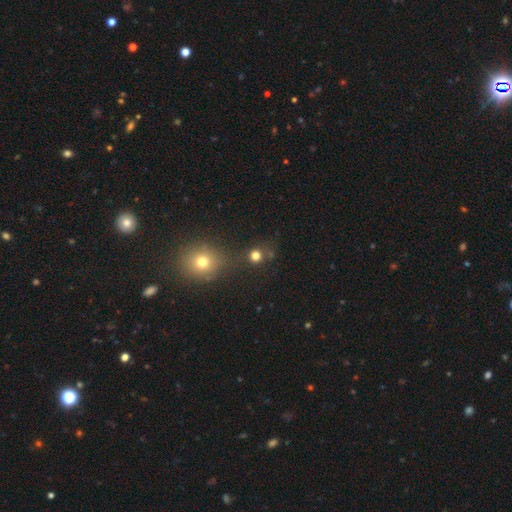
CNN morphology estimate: smooth-or-featured: smooth: 74% | star or artifact: 20% | featured or disk: 7%
  how-rounded: round: 89% | in between: 10% | cigar-shaped: 1%
  merging: none: 71% | merger: 15% | minor disturbance: 9% | major disturbance: 5%